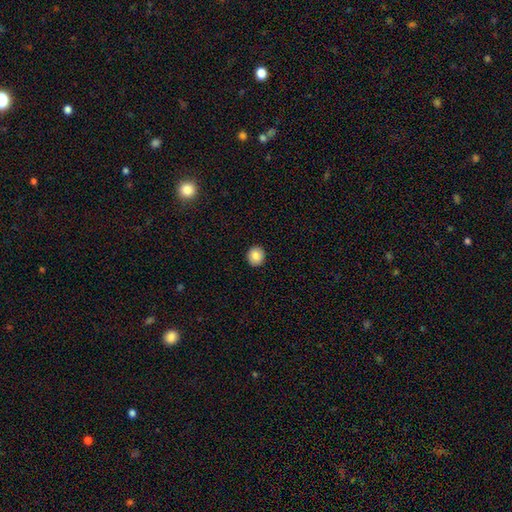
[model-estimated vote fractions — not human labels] smooth_or_featured: smooth (p=0.84) [alt: star or artifact p=0.09]
how_rounded: round (p=0.90) [alt: in between p=0.09]
merging: none (p=0.93) [alt: minor disturbance p=0.05]